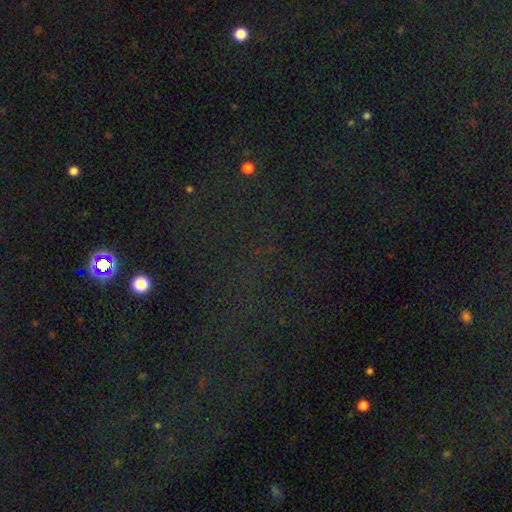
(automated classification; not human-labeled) smooth-or-featured: star or artifact: 74% | smooth: 16% | featured or disk: 11%